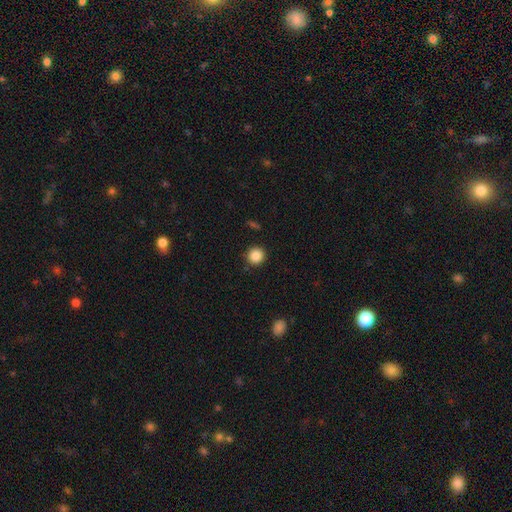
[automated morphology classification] Smooth or featured? Predicted: smooth (p=0.86). How rounded? Predicted: round (p=0.94). Merging? Predicted: none (p=0.90).